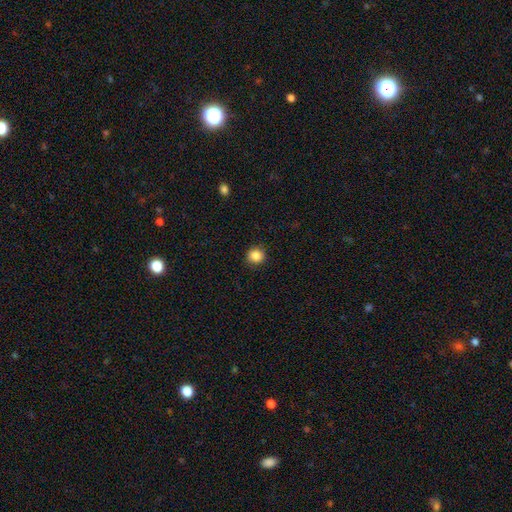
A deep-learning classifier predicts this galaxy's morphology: smooth-or-featured: smooth: 86% | star or artifact: 10% | featured or disk: 4%
  how-rounded: round: 90% | in between: 9% | cigar-shaped: 1%
  merging: none: 90% | minor disturbance: 7% | major disturbance: 2% | merger: 1%